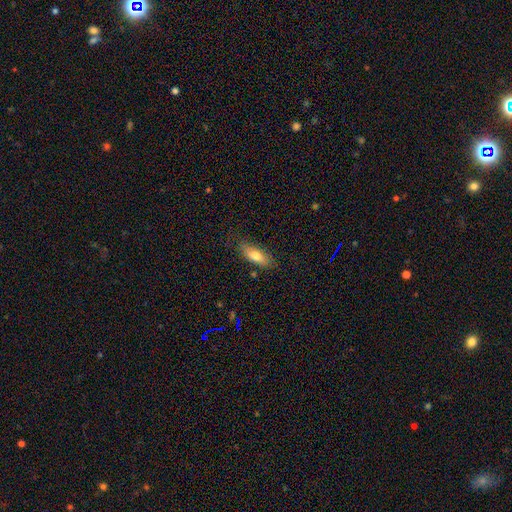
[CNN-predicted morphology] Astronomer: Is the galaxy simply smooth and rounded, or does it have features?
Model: smooth — 73%.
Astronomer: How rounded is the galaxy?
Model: in between — 69%.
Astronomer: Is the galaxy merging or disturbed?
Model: none — 77%.